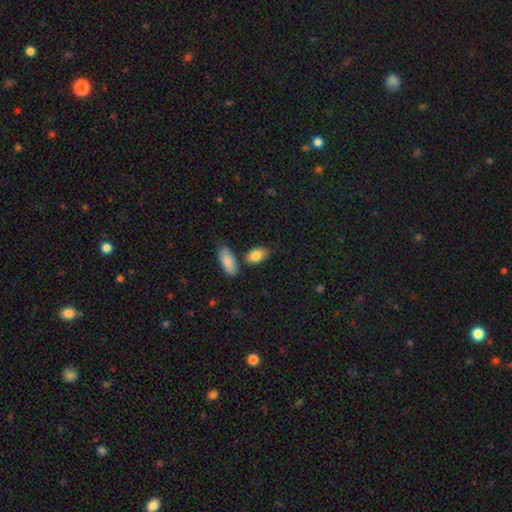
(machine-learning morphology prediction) Smooth or featured?
  - smooth: 85% *
  - featured or disk: 8%
  - star or artifact: 6%
How rounded?
  - in between: 91% *
  - round: 6%
  - cigar-shaped: 3%
Merging?
  - none: 70% *
  - minor disturbance: 16%
  - merger: 11%
  - major disturbance: 3%